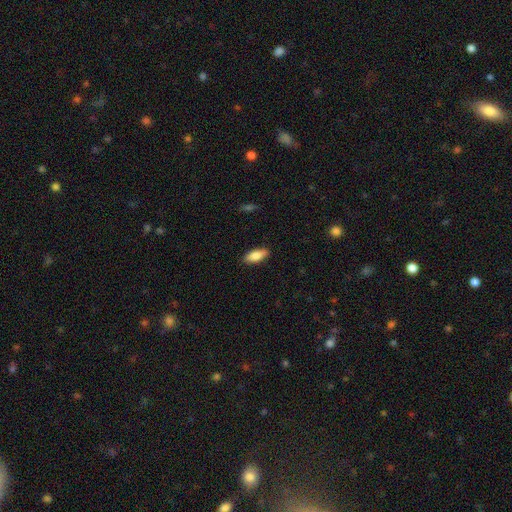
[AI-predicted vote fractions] A smooth galaxy with no disk features (83%) that is in between round and cigar-shaped (78%).

Vote fractions:
- Smooth or featured? smooth: 83% / featured or disk: 11% / star or artifact: 6%
- How rounded? in between: 78% / cigar-shaped: 20% / round: 2%
- Merging? none: 86% / minor disturbance: 11% / major disturbance: 2% / merger: 1%